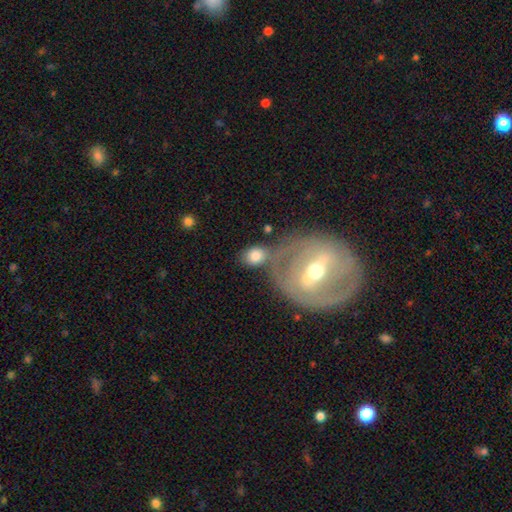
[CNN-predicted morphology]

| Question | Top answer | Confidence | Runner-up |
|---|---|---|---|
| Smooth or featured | smooth | 72% | featured or disk (21%) |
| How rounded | in between | 54% | round (44%) |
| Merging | none | 50% | merger (26%) |